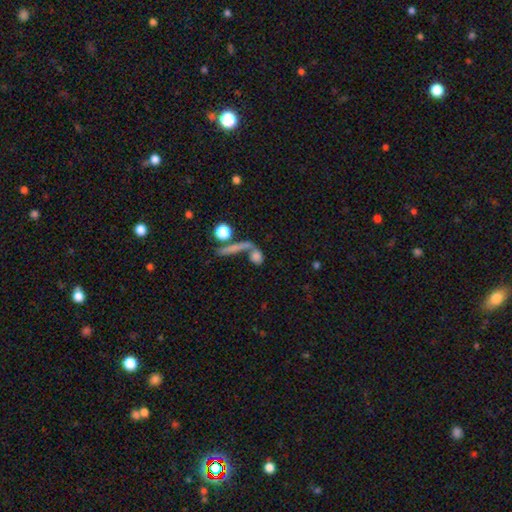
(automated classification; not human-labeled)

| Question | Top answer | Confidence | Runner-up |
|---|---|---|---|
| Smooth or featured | smooth | 65% | featured or disk (22%) |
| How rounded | round | 41% | in between (35%) |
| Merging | none | 39% | merger (35%) |